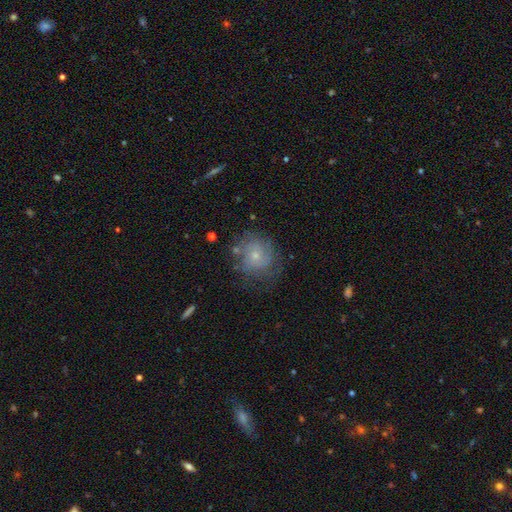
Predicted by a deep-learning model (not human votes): smooth_or_featured: featured or disk (p=0.52) [alt: smooth p=0.38]
disk_edge_on: no (p=0.97) [alt: yes p=0.03]
bar: no (p=0.82) [alt: weak p=0.16]
has_spiral_arms: yes (p=0.74) [alt: no p=0.26]
bulge_size: small (p=0.63) [alt: moderate p=0.32]
merging: none (p=0.63) [alt: minor disturbance p=0.22]